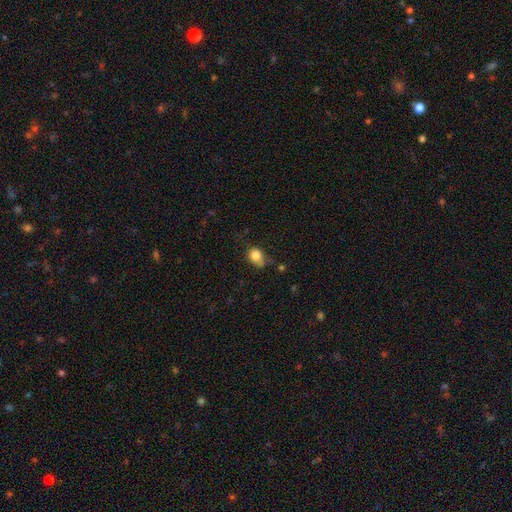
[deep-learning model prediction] The model was most divided on "merging": none: 47%, minor disturbance: 34%, major disturbance: 13%, merger: 7%. More confident: smooth or featured — smooth (81%); how rounded — round (60%).